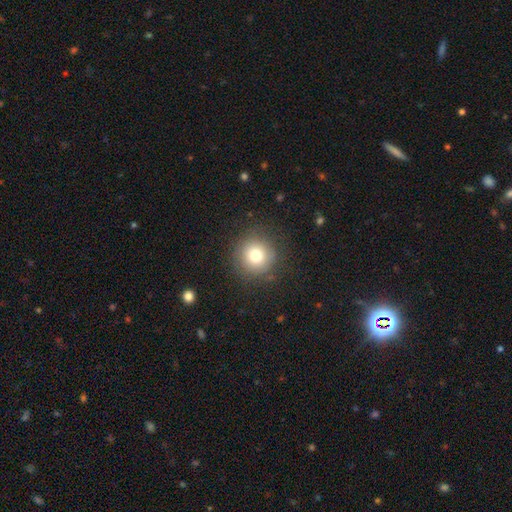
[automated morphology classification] This appears to be a smooth galaxy with no disk features (76%) that is round (94%). Merging: none (85%).